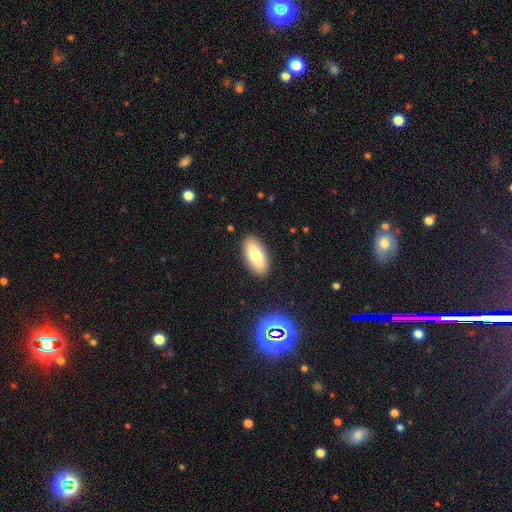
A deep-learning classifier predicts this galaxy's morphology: Overall: smooth (74%). How rounded: in between (92%). Merging: none (88%).